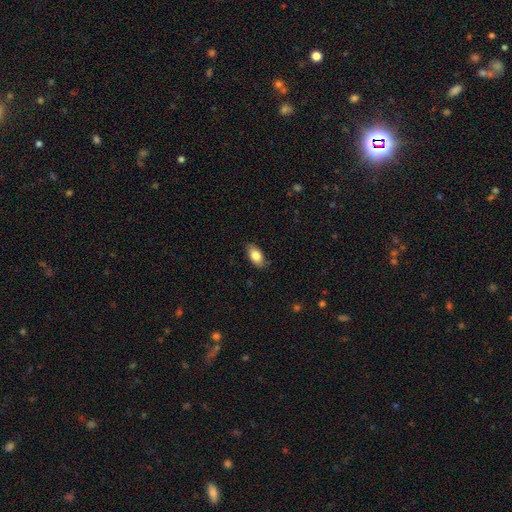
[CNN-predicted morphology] Overall: smooth (82%). How rounded: in between (91%). Merging: none (84%).